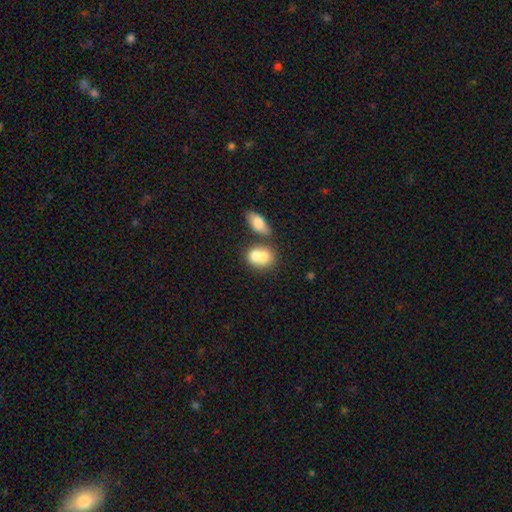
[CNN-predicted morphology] type=smooth (74%); roundness=in between (51%); merging=merger (63%).